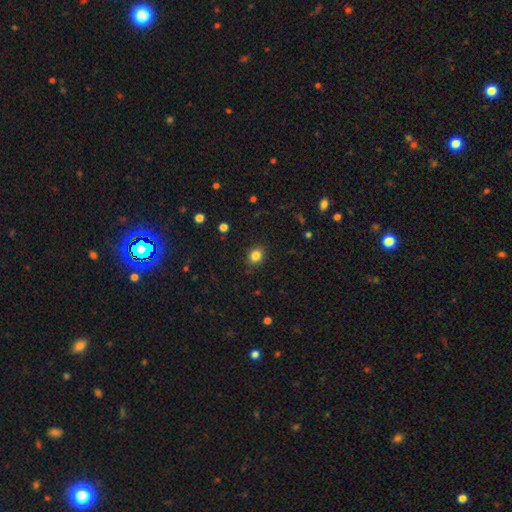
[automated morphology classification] Smooth or featured? Predicted: smooth (p=0.83). How rounded? Predicted: round (p=0.71). Merging? Predicted: none (p=0.89).